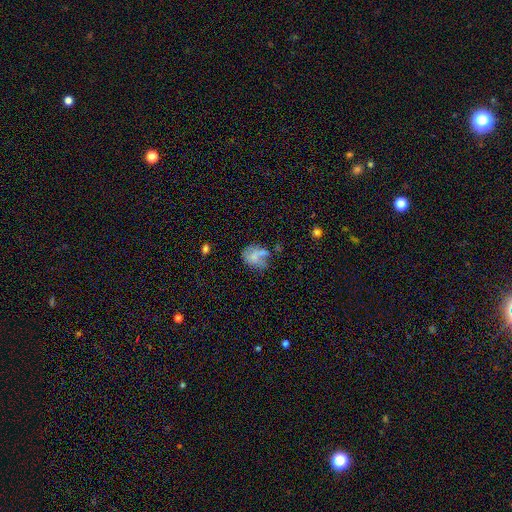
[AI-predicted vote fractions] Morphology: type=smooth (55%); roundness=in between (56%); merging=none (37%).